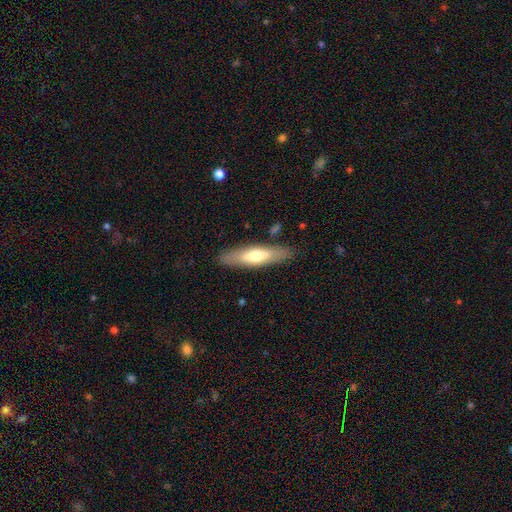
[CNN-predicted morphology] This is possibly a smooth galaxy (54%). How rounded: likely cigar-shaped (64%). Merging: clearly none (85%).